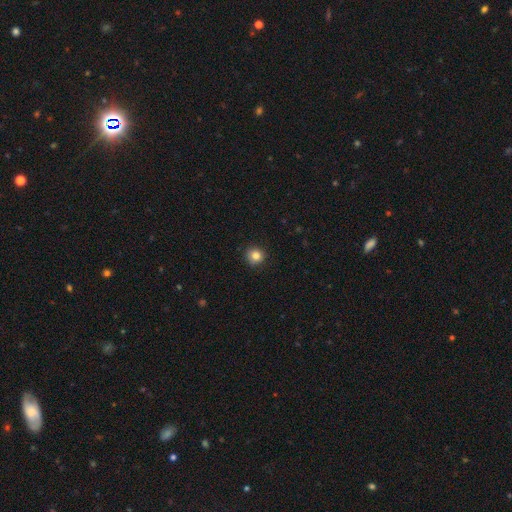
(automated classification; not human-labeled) smooth-or-featured: smooth: 83% | star or artifact: 11% | featured or disk: 6%
  how-rounded: round: 92% | in between: 7% | cigar-shaped: 1%
  merging: none: 89% | minor disturbance: 8% | major disturbance: 2% | merger: 1%